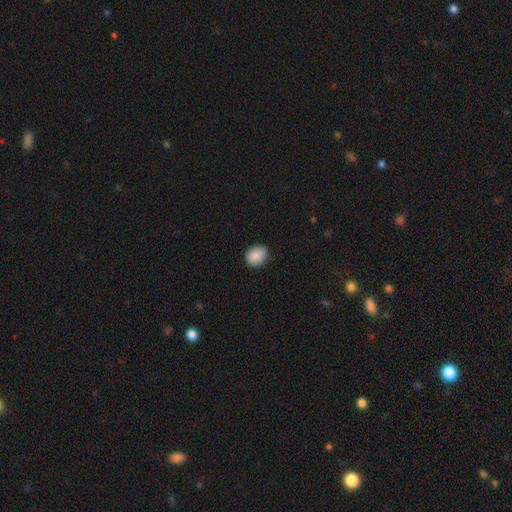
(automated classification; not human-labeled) This appears to be a smooth galaxy with no disk features (88%) that is round (54%). Merging: none (78%).